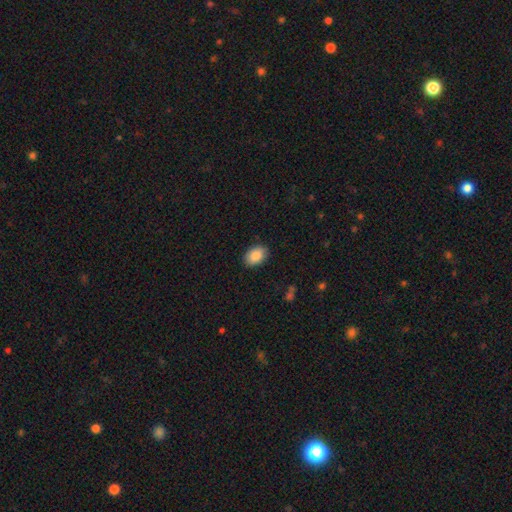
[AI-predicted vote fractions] This appears to be a smooth galaxy with no disk features (88%) that is in between round and cigar-shaped (83%). Merging: none (88%).